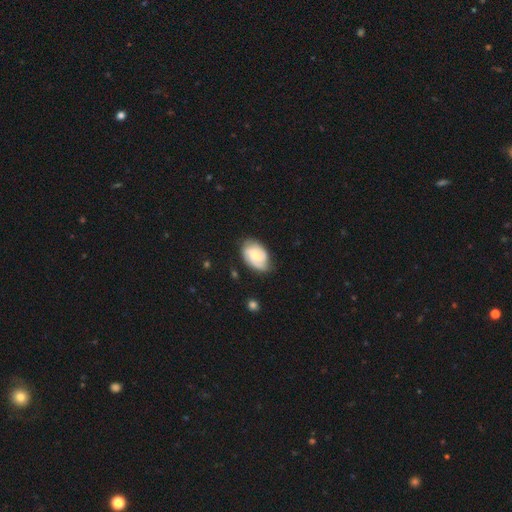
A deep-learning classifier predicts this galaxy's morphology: Smooth or featured? featured or disk (56%)
Edge-on disk? no (96%)
Bar? weak (49%)
Spiral arms? yes (89%)
Bulge size? moderate (43%)
Merging? none (70%)